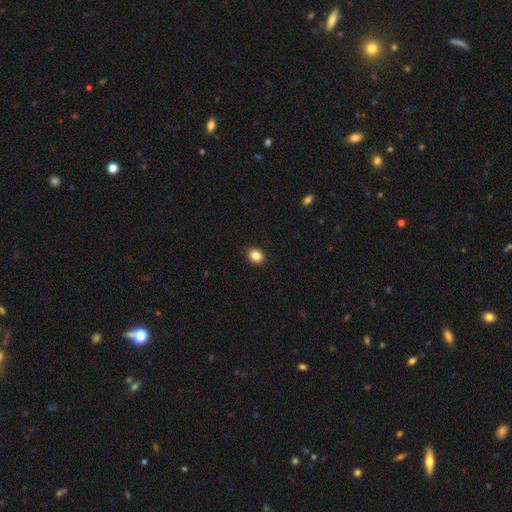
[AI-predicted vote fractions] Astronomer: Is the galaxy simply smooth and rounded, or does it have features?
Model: smooth — 85%.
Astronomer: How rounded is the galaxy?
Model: round — 58% (runner-up: in between, 41%).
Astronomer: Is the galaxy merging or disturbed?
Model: none — 91%.